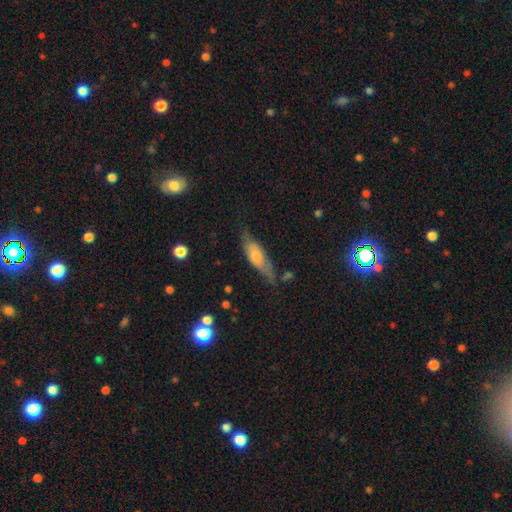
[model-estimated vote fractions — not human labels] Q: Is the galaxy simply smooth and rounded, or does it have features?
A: smooth — 56%.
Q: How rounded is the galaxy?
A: in between — 54%.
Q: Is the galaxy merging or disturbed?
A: none — 58%.